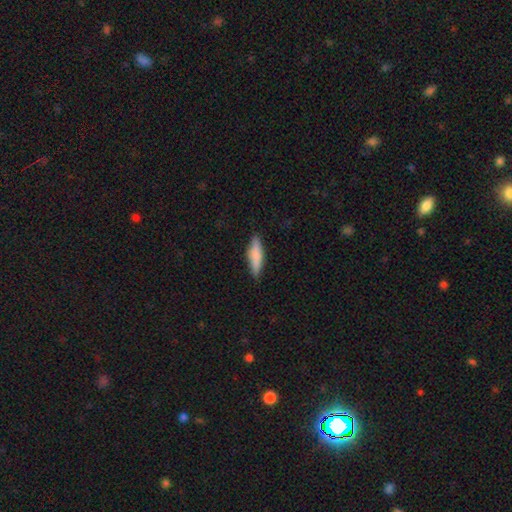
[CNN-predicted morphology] Smooth or featured? Predicted: smooth (p=0.77). How rounded? Predicted: cigar-shaped (p=0.66). Merging? Predicted: none (p=0.84).